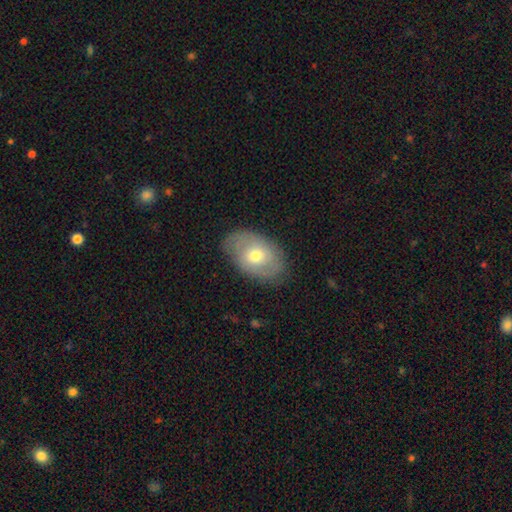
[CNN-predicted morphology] Q: Smooth or featured?
A: smooth (52%); runner-up: featured or disk (41%)
Q: How rounded?
A: in between (85%); runner-up: round (13%)
Q: Merging?
A: none (79%); runner-up: minor disturbance (16%)